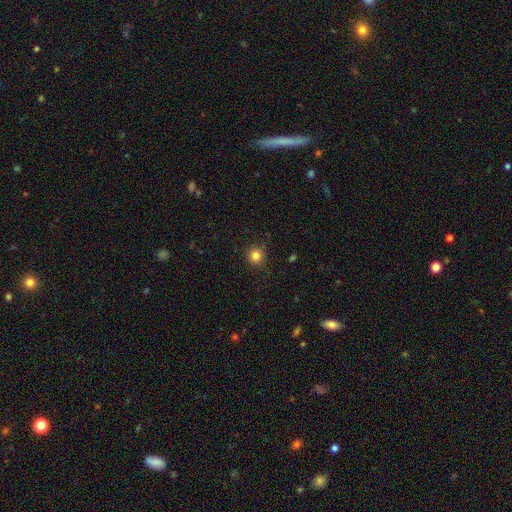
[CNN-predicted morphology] This appears to be a smooth galaxy with no disk features (83%) that is round (93%). Merging: none (87%).